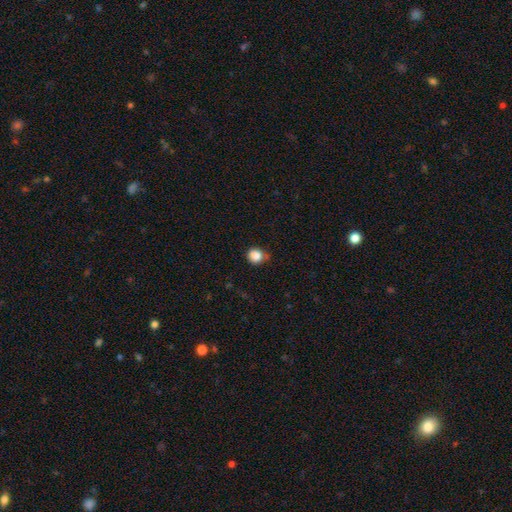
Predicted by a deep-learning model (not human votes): smooth-or-featured: smooth: 86% | star or artifact: 10% | featured or disk: 4%
  how-rounded: round: 85% | in between: 14% | cigar-shaped: 1%
  merging: none: 67% | minor disturbance: 25% | major disturbance: 5% | merger: 3%